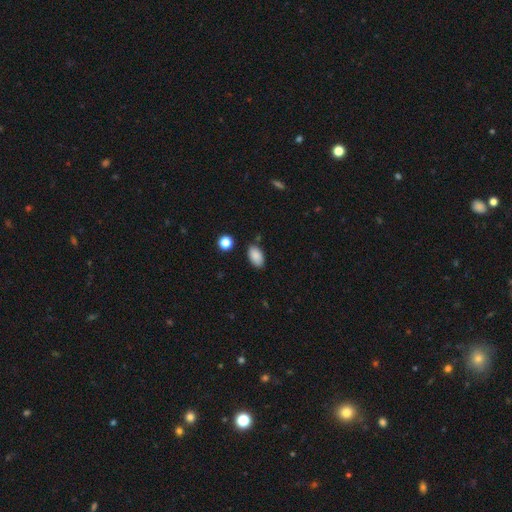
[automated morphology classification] Smooth or featured: smooth — 88% (star or artifact — 8%)
How rounded: in between — 93% (round — 5%)
Merging: none — 83% (minor disturbance — 12%)